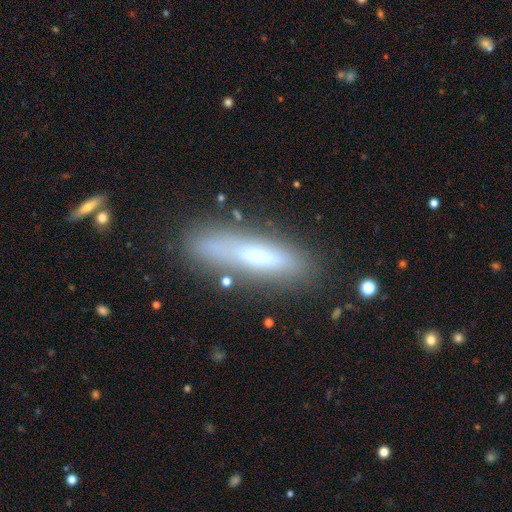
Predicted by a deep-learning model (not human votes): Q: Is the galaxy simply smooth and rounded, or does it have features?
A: smooth — 56%.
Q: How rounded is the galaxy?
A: cigar-shaped — 71%.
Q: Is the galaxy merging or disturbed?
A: none — 78%.